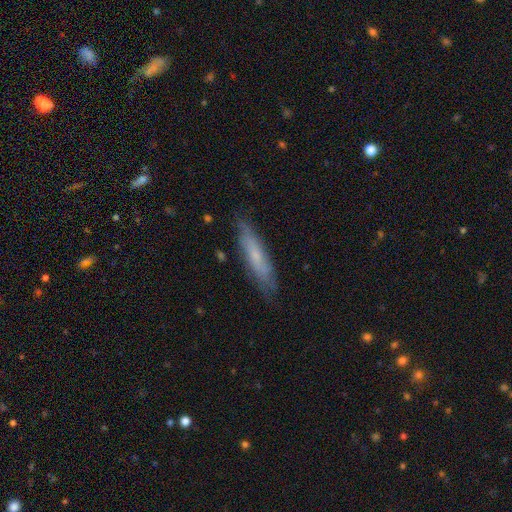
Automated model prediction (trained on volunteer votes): Smooth or featured?
  - smooth: 53% *
  - featured or disk: 40%
  - star or artifact: 7%
How rounded?
  - cigar-shaped: 82% *
  - in between: 17%
  - round: 1%
Merging?
  - none: 79% *
  - minor disturbance: 16%
  - major disturbance: 3%
  - merger: 1%